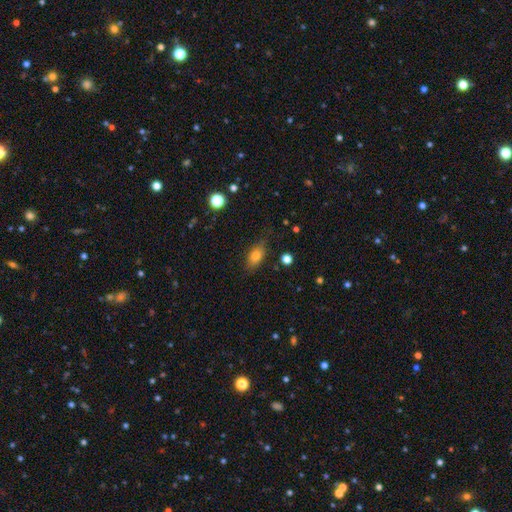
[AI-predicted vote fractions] smooth 78%, featured or disk 12%, star or artifact 11%. Down the decision tree: how rounded — in between (83%); merging — none (76%).